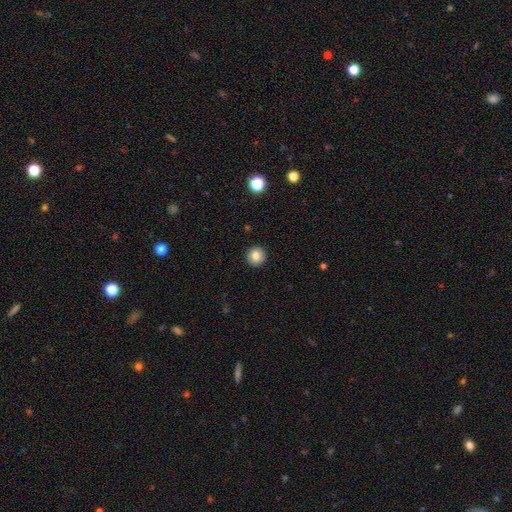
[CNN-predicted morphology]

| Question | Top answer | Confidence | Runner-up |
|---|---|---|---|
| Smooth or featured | smooth | 81% | featured or disk (10%) |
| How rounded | round | 95% | in between (4%) |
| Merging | none | 93% | minor disturbance (5%) |